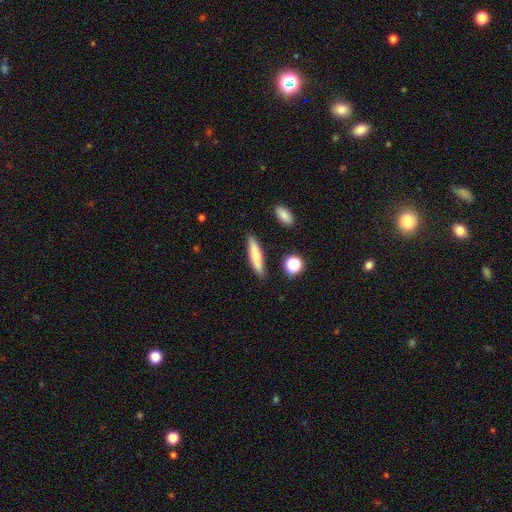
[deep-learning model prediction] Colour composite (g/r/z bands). It shows a smooth galaxy with no disk features (70%) that is cigar-shaped (81%). Merging: none (86%).